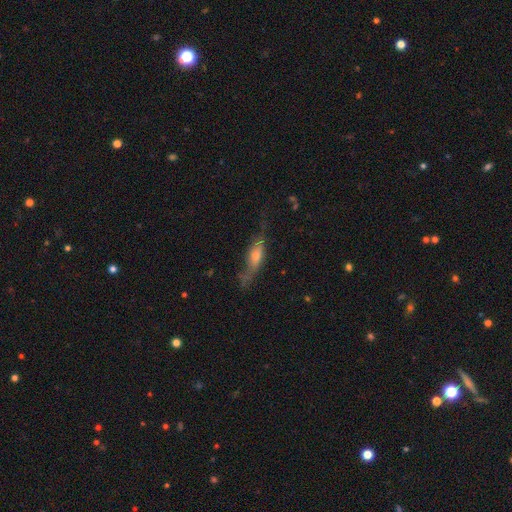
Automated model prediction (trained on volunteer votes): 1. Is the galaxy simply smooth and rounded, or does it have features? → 50% featured or disk, 41% smooth, 9% star or artifact.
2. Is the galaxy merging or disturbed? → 52% none, 28% minor disturbance, 16% major disturbance, 3% merger.